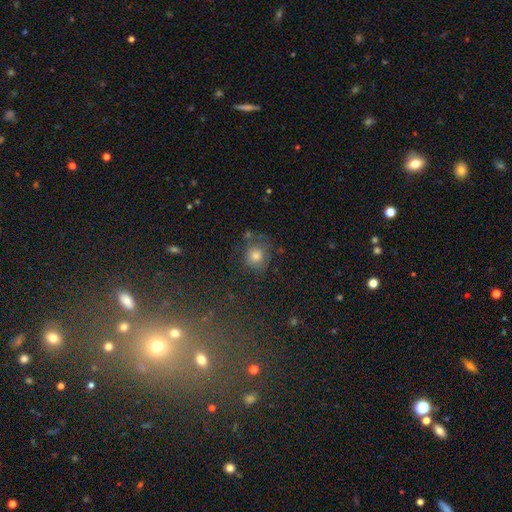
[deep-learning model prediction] Overall: smooth (67%). How rounded: round (84%). Merging: none (70%).